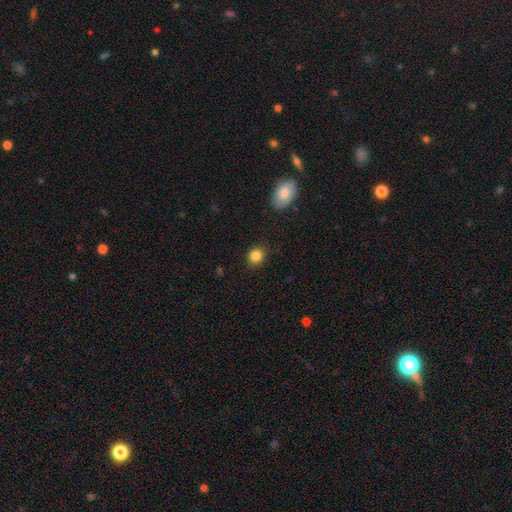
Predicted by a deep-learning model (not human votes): smooth-or-featured: smooth: 85% | star or artifact: 10% | featured or disk: 4%
  how-rounded: round: 72% | in between: 27% | cigar-shaped: 1%
  merging: none: 88% | minor disturbance: 9% | major disturbance: 3% | merger: 1%